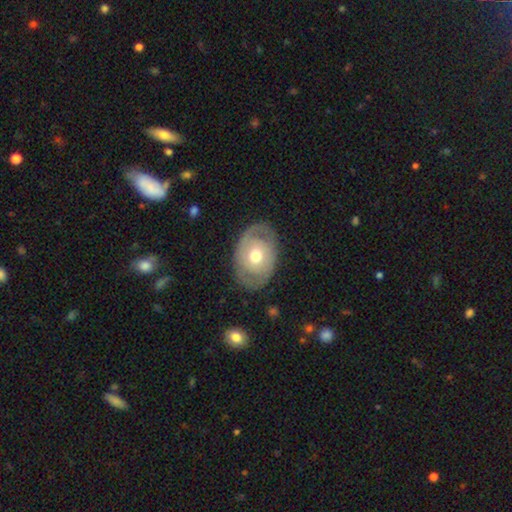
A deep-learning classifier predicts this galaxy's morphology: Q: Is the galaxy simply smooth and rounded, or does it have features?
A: featured or disk — 54%.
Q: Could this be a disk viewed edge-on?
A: no — 93%.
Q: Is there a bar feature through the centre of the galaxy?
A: no — 78%.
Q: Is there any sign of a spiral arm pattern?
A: no — 56%.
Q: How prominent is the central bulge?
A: moderate — 72%.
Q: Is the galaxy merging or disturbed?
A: none — 77%.